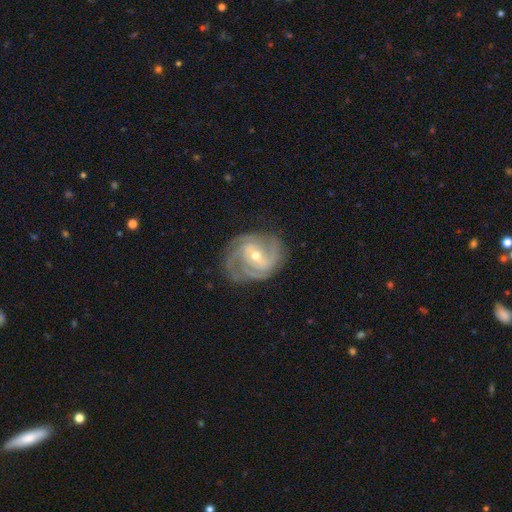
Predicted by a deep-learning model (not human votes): Morphology: type=featured or disk (89%); edge-on=no (97%); bar=weak (42%); spiral arms=yes (97%); winding=tight (53%); arm count=3 (48%); bulge=moderate (50%); merging=none (74%).